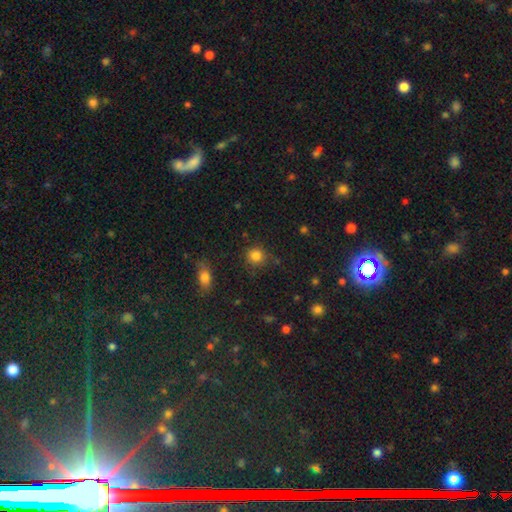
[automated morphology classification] Smooth or featured? Predicted: smooth (p=0.83). How rounded? Predicted: round (p=0.88). Merging? Predicted: none (p=0.82).